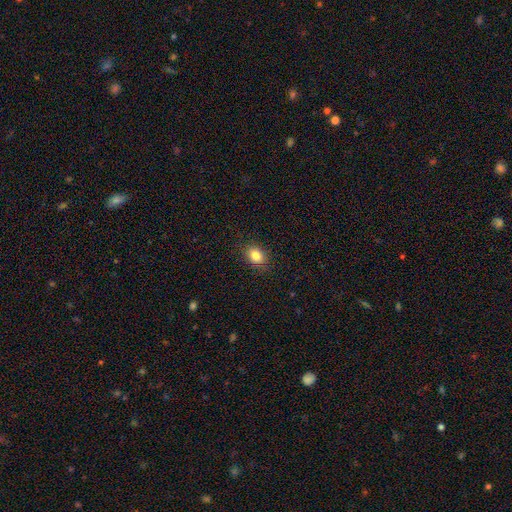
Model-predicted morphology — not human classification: Overall: smooth (84%). How rounded: in between (59%; round 39%). Merging: none (87%).